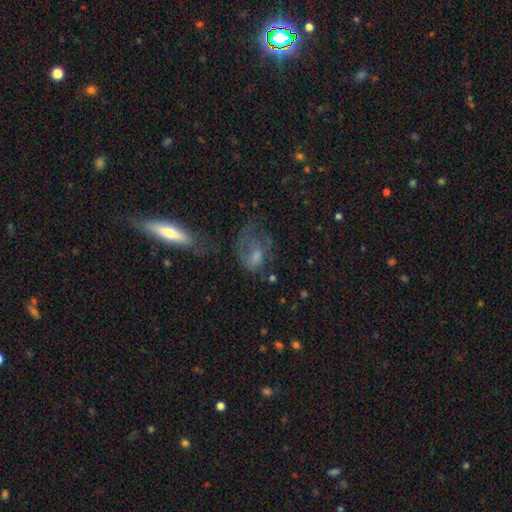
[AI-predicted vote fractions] Morphology: type=featured or disk (47%); merging=none (37%).